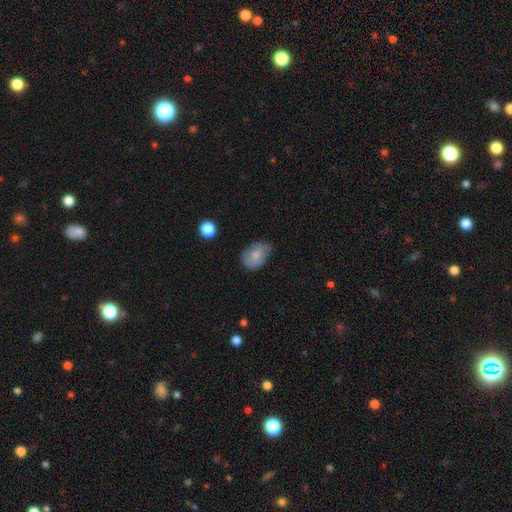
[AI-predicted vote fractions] smooth 70%, featured or disk 22%, star or artifact 8%. Down the decision tree: how rounded — in between (71%); merging — none (57%).